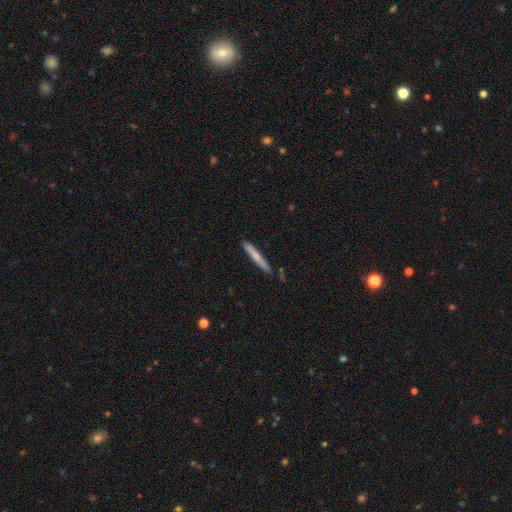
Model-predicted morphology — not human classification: Overall: smooth (67%). How rounded: cigar-shaped (96%). Merging: none (85%).